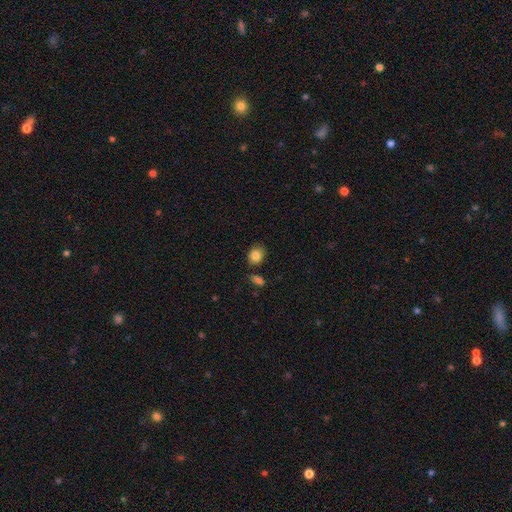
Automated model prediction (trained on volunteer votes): Smooth or featured?
  - smooth: 86% *
  - star or artifact: 8%
  - featured or disk: 5%
How rounded?
  - in between: 50% *
  - round: 49%
  - cigar-shaped: 1%
Merging?
  - none: 76% *
  - minor disturbance: 15%
  - merger: 6%
  - major disturbance: 3%